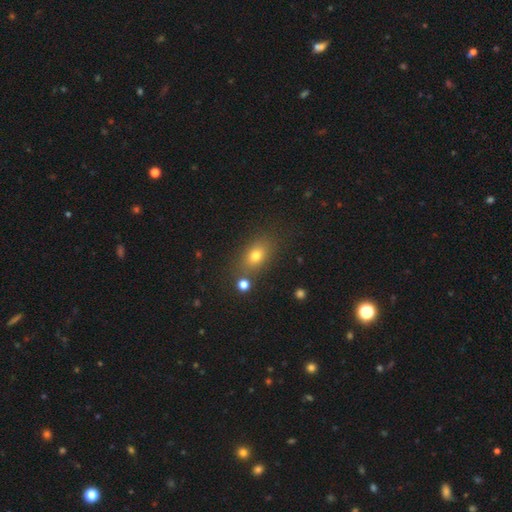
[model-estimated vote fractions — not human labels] Smooth or featured? smooth (72%)
How rounded? in between (71%)
Merging? none (76%)